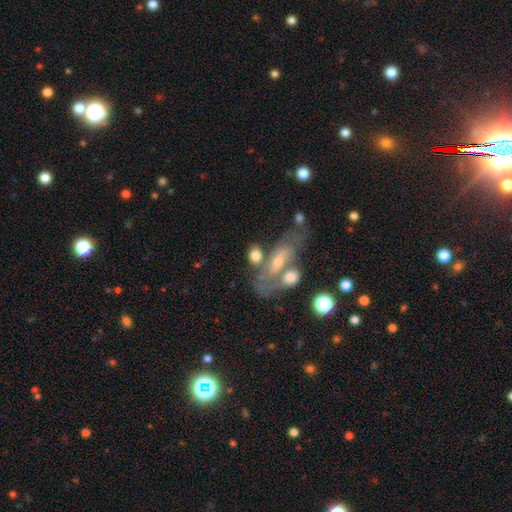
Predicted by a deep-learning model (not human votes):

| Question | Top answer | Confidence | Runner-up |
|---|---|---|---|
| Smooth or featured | smooth | 64% | featured or disk (28%) |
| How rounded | in between | 74% | round (20%) |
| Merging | merger | 39% | none (36%) |